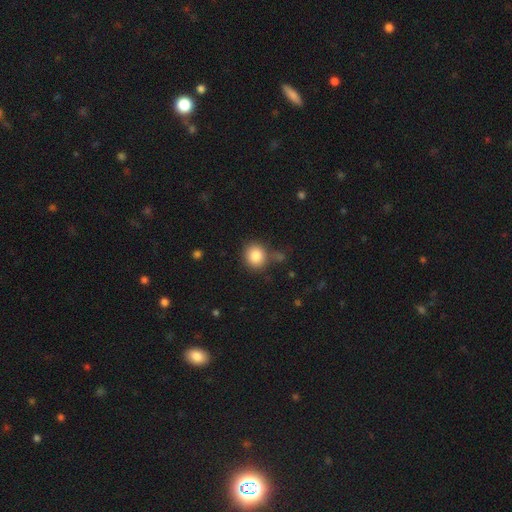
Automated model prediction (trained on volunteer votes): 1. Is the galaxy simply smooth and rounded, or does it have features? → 85% smooth, 9% star or artifact, 6% featured or disk.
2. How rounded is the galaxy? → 82% round, 17% in between, 1% cigar-shaped.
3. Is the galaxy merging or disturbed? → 76% none, 12% minor disturbance, 8% merger, 4% major disturbance.